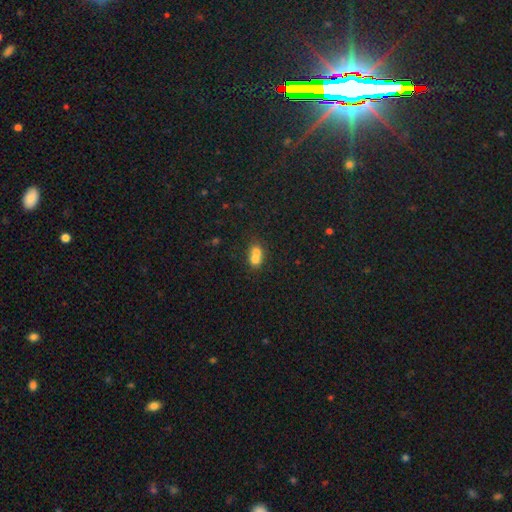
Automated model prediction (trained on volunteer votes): Smooth or featured: smooth — 68% (featured or disk — 20%)
How rounded: round — 56% (in between — 42%)
Merging: merger — 69% (none — 22%)